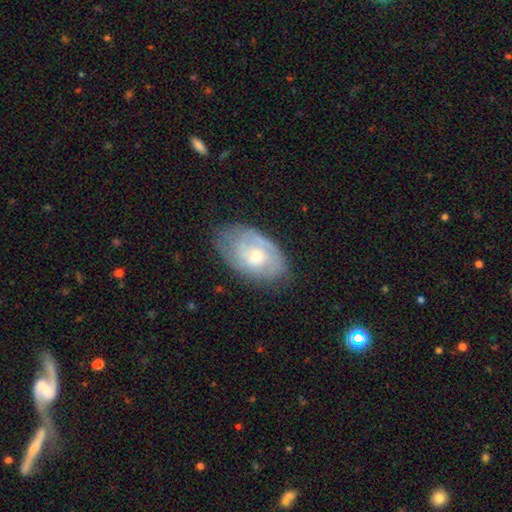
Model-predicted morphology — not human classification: Smooth or featured? Predicted: featured or disk (p=0.59). Edge-on disk? Predicted: no (p=0.95). Bar? Predicted: no (p=0.72). Spiral arms? Predicted: yes (p=0.69). Bulge size? Predicted: moderate (p=0.60). Merging? Predicted: none (p=0.65).